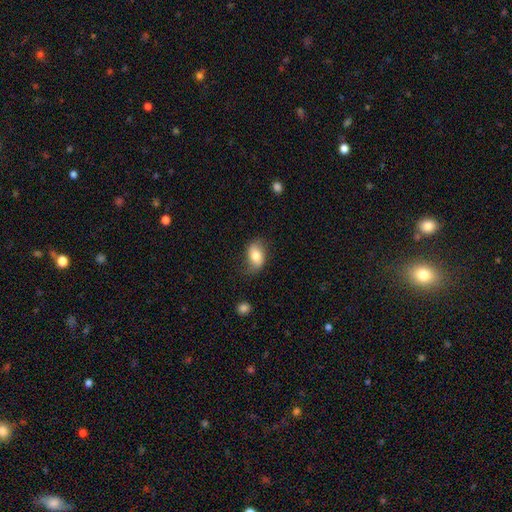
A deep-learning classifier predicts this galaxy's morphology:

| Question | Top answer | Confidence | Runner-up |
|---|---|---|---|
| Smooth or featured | smooth | 72% | featured or disk (21%) |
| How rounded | in between | 87% | round (11%) |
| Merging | none | 59% | minor disturbance (28%) |